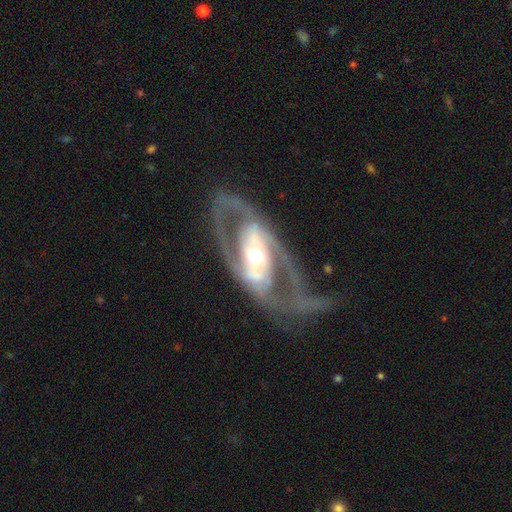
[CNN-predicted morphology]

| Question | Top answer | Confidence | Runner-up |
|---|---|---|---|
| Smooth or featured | featured or disk | 90% | smooth (5%) |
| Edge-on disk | no | 95% | yes (5%) |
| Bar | strong | 39% | no (31%) |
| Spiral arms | yes | 93% | no (7%) |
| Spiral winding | medium | 52% | tight (25%) |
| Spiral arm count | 2 | 90% | can't tell (3%) |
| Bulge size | moderate | 68% | large (18%) |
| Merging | none | 65% | major disturbance (17%) |